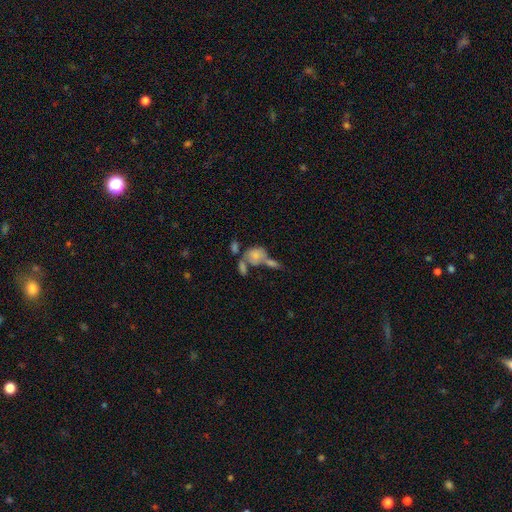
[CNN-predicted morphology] A smooth galaxy with no disk features (67%) that is in between round and cigar-shaped (56%). Merging: merger (51%).